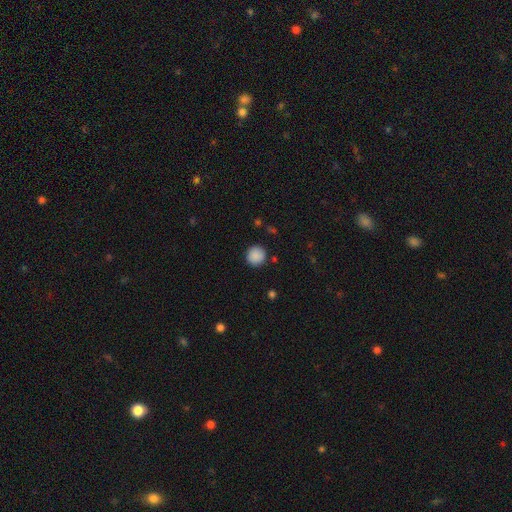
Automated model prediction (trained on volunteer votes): Q: Smooth or featured?
A: smooth (88%); runner-up: star or artifact (8%)
Q: How rounded?
A: round (94%); runner-up: in between (5%)
Q: Merging?
A: none (88%); runner-up: minor disturbance (8%)